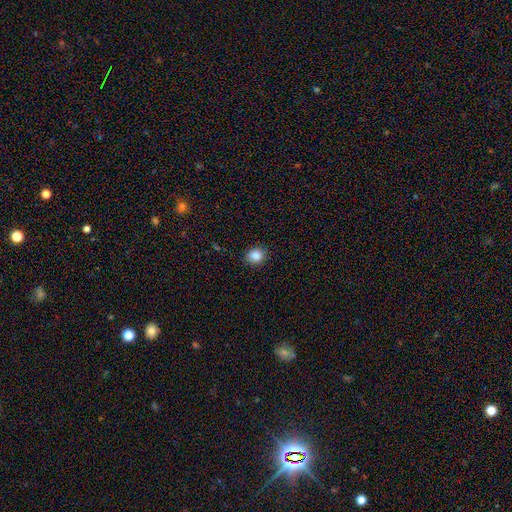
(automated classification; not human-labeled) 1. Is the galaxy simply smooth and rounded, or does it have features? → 86% smooth, 10% star or artifact, 4% featured or disk.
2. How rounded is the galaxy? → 70% round, 29% in between, 1% cigar-shaped.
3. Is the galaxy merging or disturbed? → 89% none, 8% minor disturbance, 2% major disturbance, 1% merger.